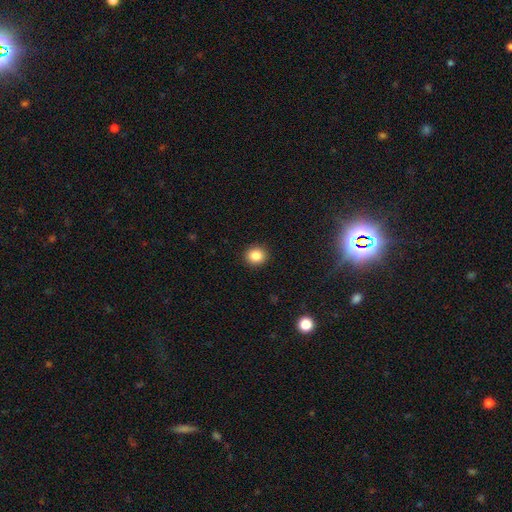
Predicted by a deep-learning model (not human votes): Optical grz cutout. It shows a smooth galaxy with no disk features (85%) that is round (84%). Merging: none (92%).